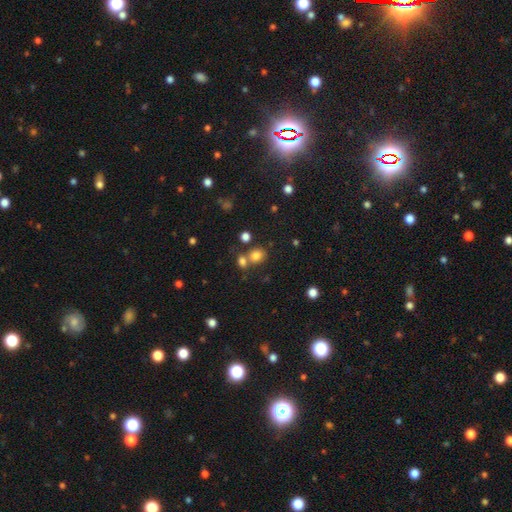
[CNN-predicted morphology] A smooth galaxy with no disk features (79%) that is round (76%). Merging: none (58%).